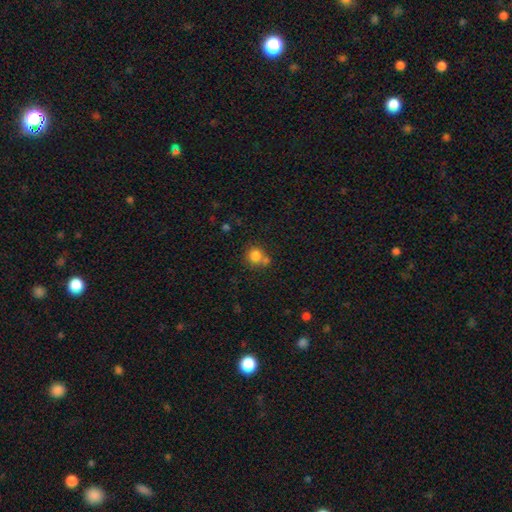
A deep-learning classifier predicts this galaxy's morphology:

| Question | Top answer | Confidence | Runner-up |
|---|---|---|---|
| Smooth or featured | smooth | 82% | star or artifact (11%) |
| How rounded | round | 88% | in between (11%) |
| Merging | none | 56% | merger (29%) |